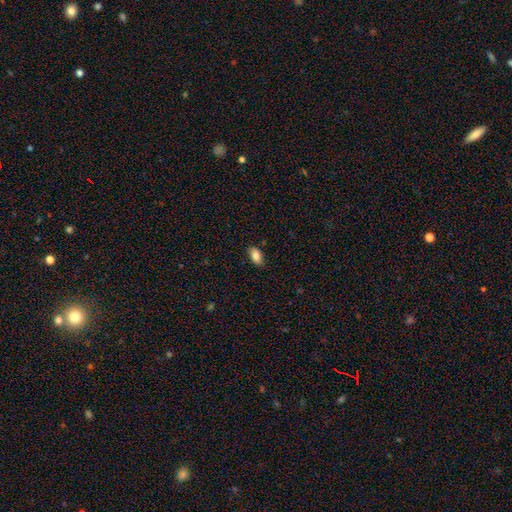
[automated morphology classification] Smooth or featured?
  - smooth: 85% *
  - featured or disk: 8%
  - star or artifact: 7%
How rounded?
  - in between: 91% *
  - cigar-shaped: 5%
  - round: 4%
Merging?
  - none: 85% *
  - minor disturbance: 11%
  - major disturbance: 2%
  - merger: 1%